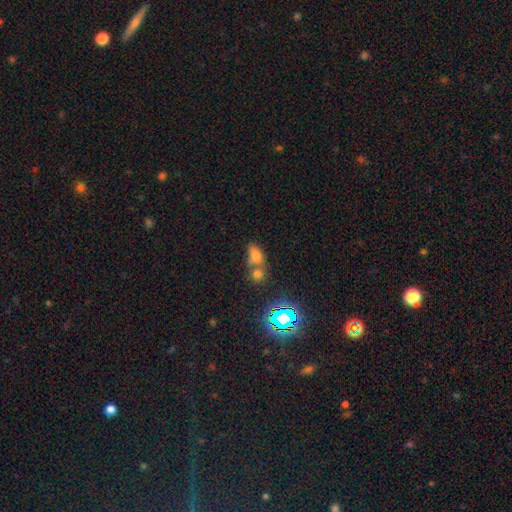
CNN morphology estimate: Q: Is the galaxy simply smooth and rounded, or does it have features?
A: smooth — 67%.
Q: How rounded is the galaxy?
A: in between — 79%.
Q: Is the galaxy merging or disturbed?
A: merger — 49%.